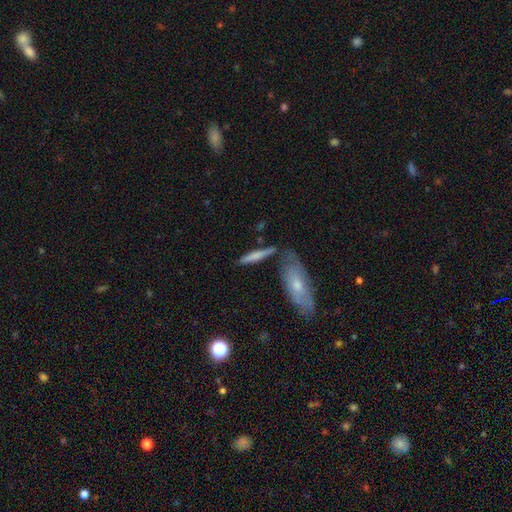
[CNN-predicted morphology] smooth 66%, featured or disk 28%, star or artifact 6%. Down the decision tree: how rounded — cigar-shaped (82%); merging — none (69%).